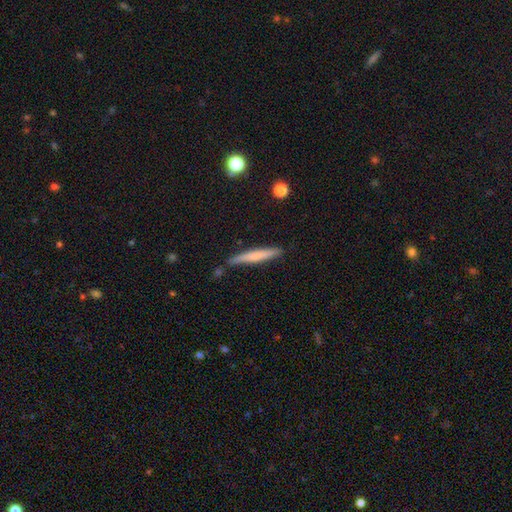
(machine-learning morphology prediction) Smooth or featured? Predicted: smooth (p=0.62). How rounded? Predicted: cigar-shaped (p=0.95). Merging? Predicted: none (p=0.80).